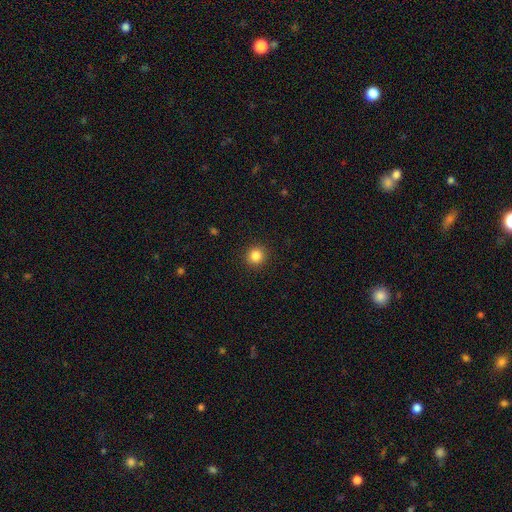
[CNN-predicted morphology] A smooth galaxy with no disk features (85%) that is round (92%).

Vote fractions:
- Smooth or featured? smooth: 85% / star or artifact: 11% / featured or disk: 4%
- How rounded? round: 92% / in between: 7% / cigar-shaped: 1%
- Merging? none: 92% / minor disturbance: 5% / major disturbance: 2% / merger: 1%